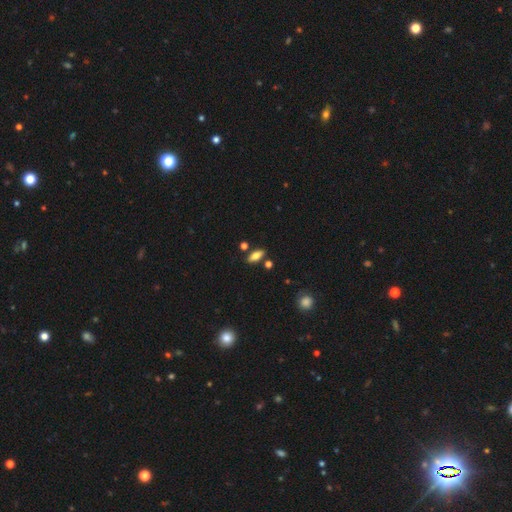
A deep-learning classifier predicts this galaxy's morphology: Q: Smooth or featured?
A: smooth (72%); runner-up: featured or disk (19%)
Q: How rounded?
A: in between (78%); runner-up: cigar-shaped (18%)
Q: Merging?
A: none (82%); runner-up: minor disturbance (10%)